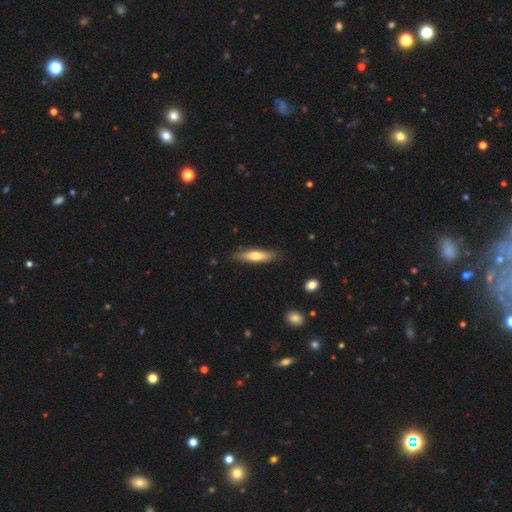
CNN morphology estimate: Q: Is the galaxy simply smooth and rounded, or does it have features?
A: smooth — 65%.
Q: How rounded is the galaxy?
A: cigar-shaped — 74%.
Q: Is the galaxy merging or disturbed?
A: none — 84%.